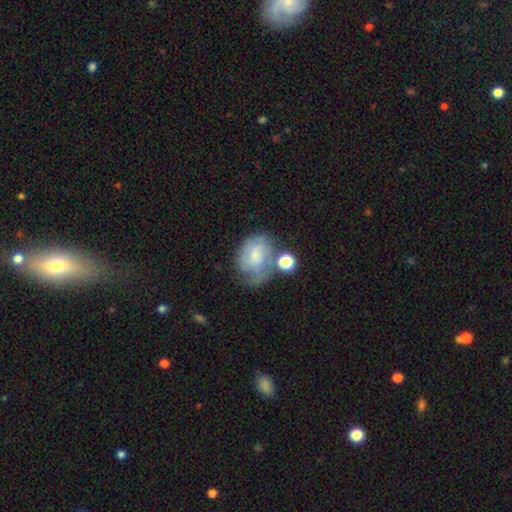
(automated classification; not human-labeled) This appears to be a smooth galaxy with no disk features (47%). Merging: none (40%).